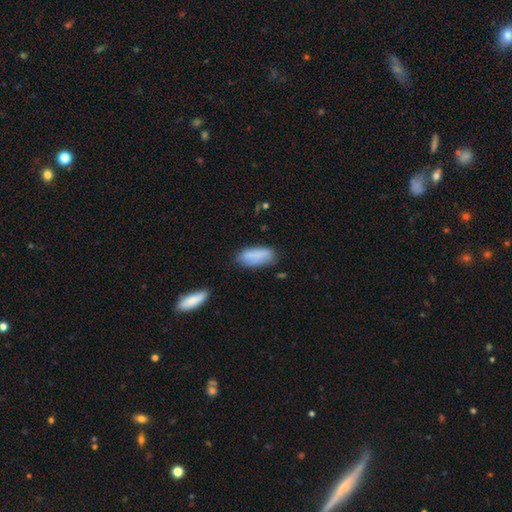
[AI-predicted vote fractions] A smooth galaxy with no disk features (81%) that is in between round and cigar-shaped (84%).

Vote fractions:
- Smooth or featured? smooth: 81% / featured or disk: 12% / star or artifact: 7%
- How rounded? in between: 84% / cigar-shaped: 14% / round: 2%
- Merging? none: 66% / minor disturbance: 25% / major disturbance: 6% / merger: 3%